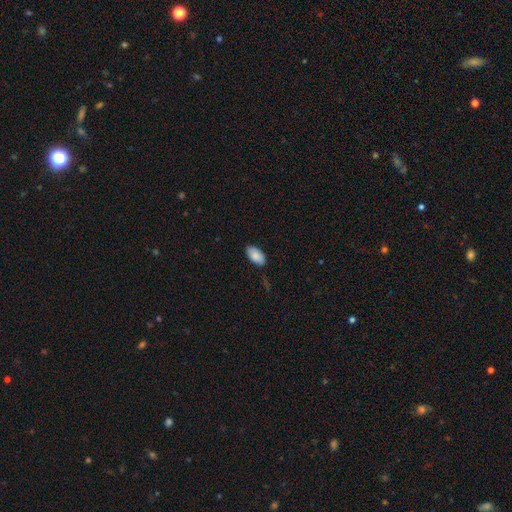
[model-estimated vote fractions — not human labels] smooth_or_featured: smooth (p=0.85) [alt: featured or disk p=0.09]
how_rounded: in between (p=0.95) [alt: round p=0.03]
merging: none (p=0.84) [alt: minor disturbance p=0.13]